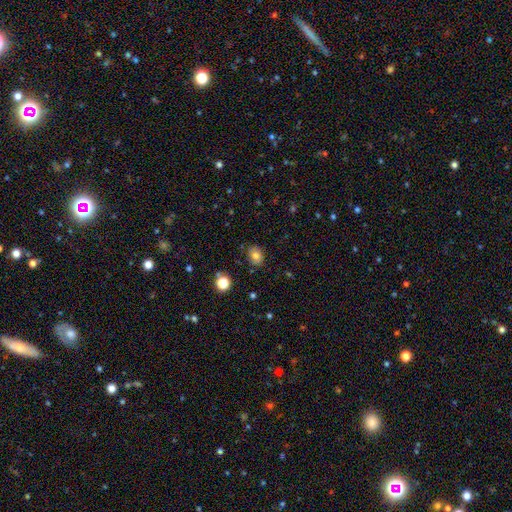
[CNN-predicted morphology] type=smooth (76%); roundness=in between (55%); merging=none (84%).